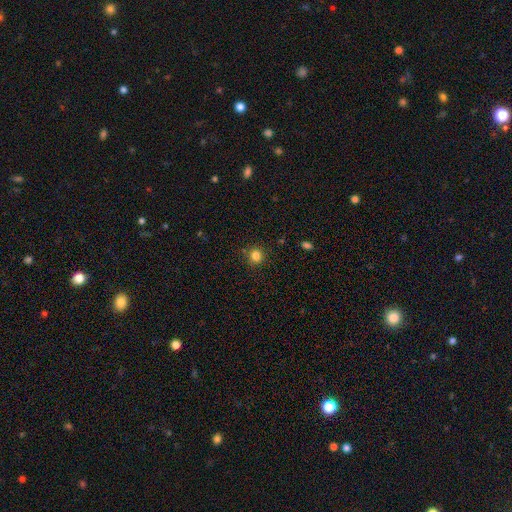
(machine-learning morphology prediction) Smooth or featured: smooth — 82% (star or artifact — 13%)
How rounded: round — 92% (in between — 7%)
Merging: none — 88% (minor disturbance — 7%)